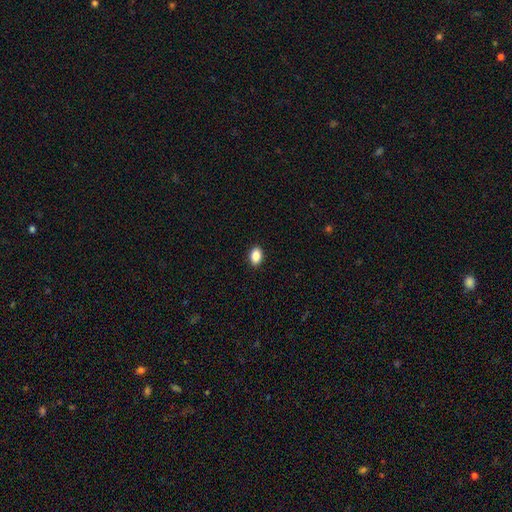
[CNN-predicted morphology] Smooth or featured: smooth — 87% (star or artifact — 8%)
How rounded: in between — 85% (round — 13%)
Merging: none — 90% (minor disturbance — 7%)